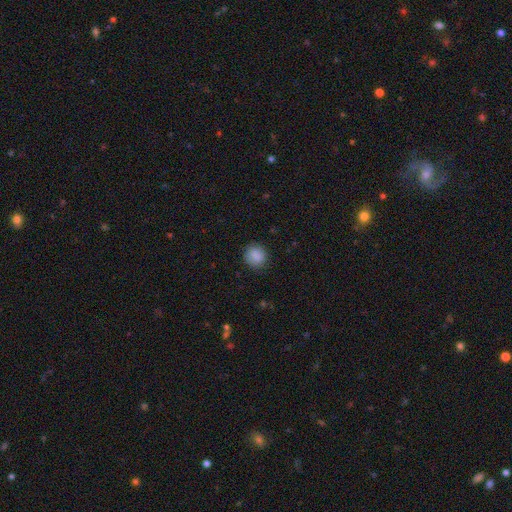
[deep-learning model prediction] Q: Smooth or featured?
A: smooth (88%); runner-up: star or artifact (8%)
Q: How rounded?
A: round (88%); runner-up: in between (11%)
Q: Merging?
A: none (88%); runner-up: minor disturbance (9%)